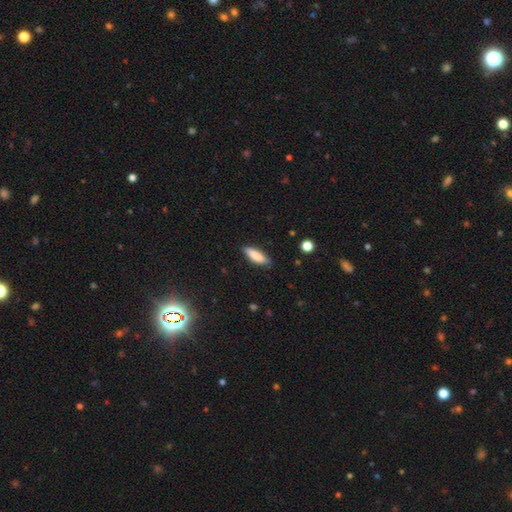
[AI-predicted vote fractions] smooth_or_featured: smooth (p=0.83) [alt: featured or disk p=0.11]
how_rounded: cigar-shaped (p=0.53) [alt: in between p=0.45]
merging: none (p=0.83) [alt: minor disturbance p=0.13]